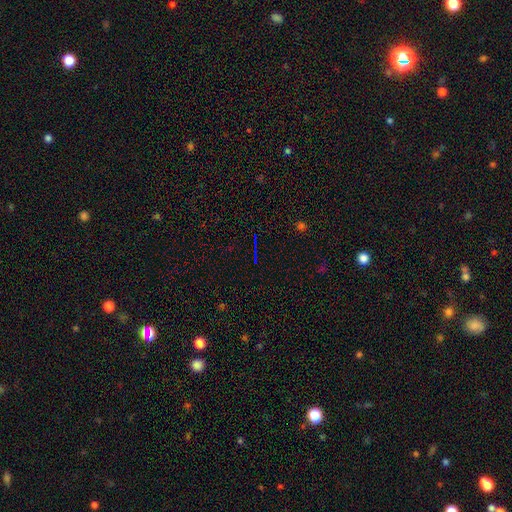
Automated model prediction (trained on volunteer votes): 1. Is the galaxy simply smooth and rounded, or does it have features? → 71% star or artifact, 15% smooth, 14% featured or disk.